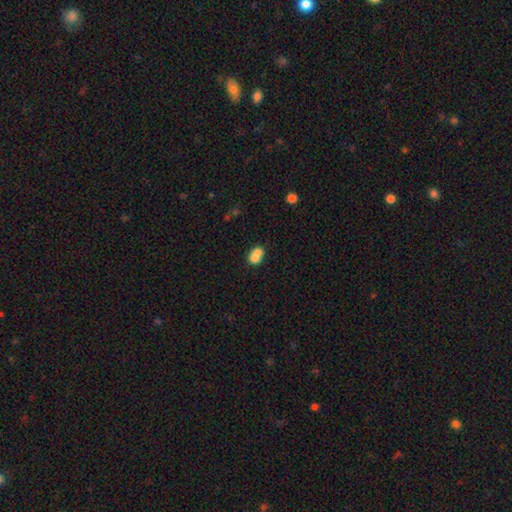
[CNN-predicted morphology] Smooth or featured?
  - smooth: 73% *
  - featured or disk: 17%
  - star or artifact: 10%
How rounded?
  - in between: 55% *
  - round: 44%
  - cigar-shaped: 1%
Merging?
  - merger: 63% *
  - none: 25%
  - minor disturbance: 8%
  - major disturbance: 4%